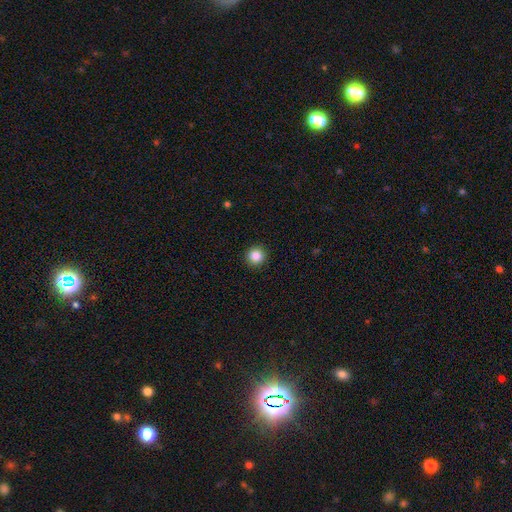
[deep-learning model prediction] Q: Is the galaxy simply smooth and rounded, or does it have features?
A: smooth — 86%.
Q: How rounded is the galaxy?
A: round — 95%.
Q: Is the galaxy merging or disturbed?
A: none — 93%.